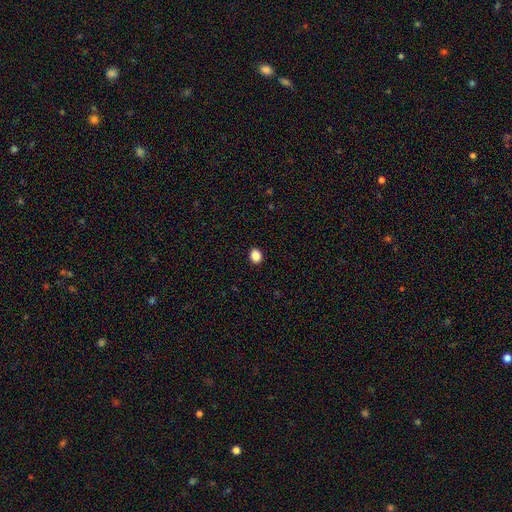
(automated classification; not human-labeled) The model was most divided on "how rounded": round: 58%, in between: 41%, cigar-shaped: 1%. More confident: merging — none (92%); smooth or featured — smooth (87%).